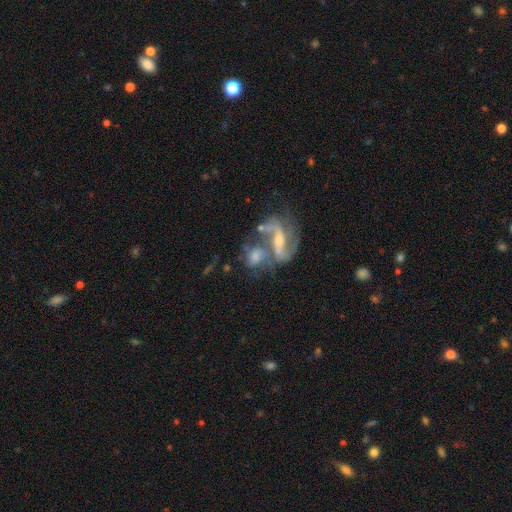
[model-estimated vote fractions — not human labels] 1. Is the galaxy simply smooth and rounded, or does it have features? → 77% featured or disk, 15% smooth, 8% star or artifact.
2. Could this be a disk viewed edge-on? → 96% no, 4% yes.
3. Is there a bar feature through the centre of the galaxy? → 39% strong, 35% weak, 26% no.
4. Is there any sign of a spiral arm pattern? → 88% yes, 12% no.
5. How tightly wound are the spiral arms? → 45% medium, 43% loose, 13% tight.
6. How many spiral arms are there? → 85% 2, 6% can't tell, 4% 1, 3% 3, 1% 4, 1% more than 4.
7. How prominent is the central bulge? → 49% small, 42% moderate, 4% none, 4% large, 1% dominant.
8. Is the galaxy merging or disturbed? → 46% merger, 30% none, 13% minor disturbance, 11% major disturbance.